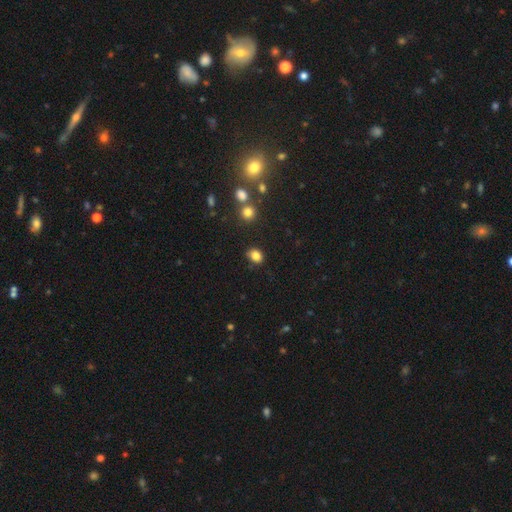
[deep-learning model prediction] smooth 84%, star or artifact 12%, featured or disk 5%. Down the decision tree: how rounded — in between (63%); merging — none (82%).